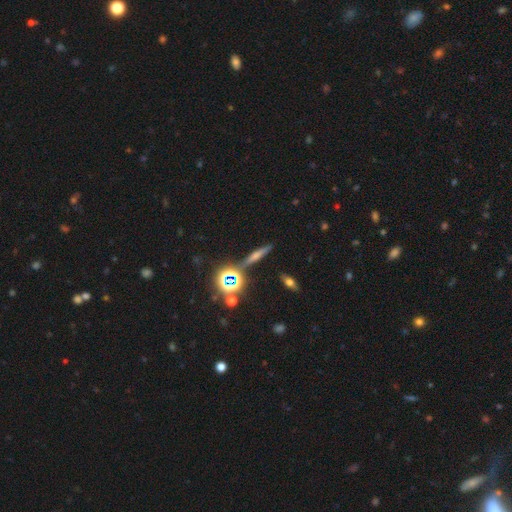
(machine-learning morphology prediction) Q: Smooth or featured?
A: featured or disk (43%); runner-up: smooth (30%)
Q: Merging?
A: none (86%); runner-up: minor disturbance (8%)